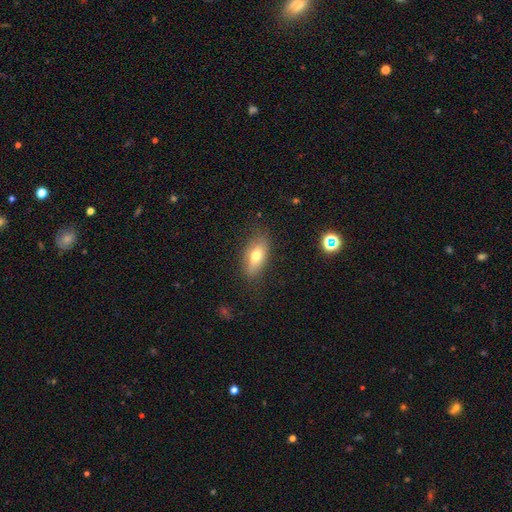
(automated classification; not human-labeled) The model was most divided on "smooth or featured": smooth: 69%, featured or disk: 22%, star or artifact: 9%. More confident: how rounded — in between (84%); merging — none (78%).